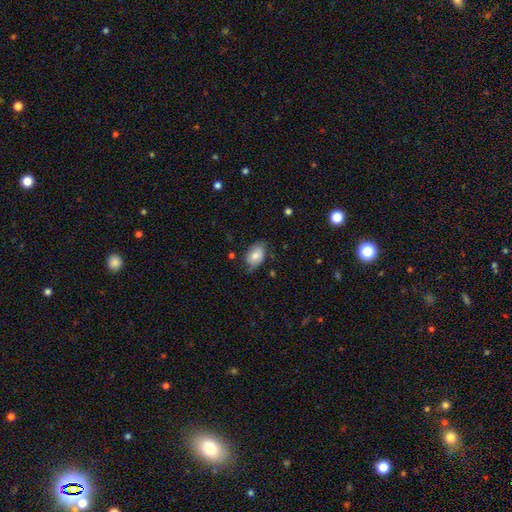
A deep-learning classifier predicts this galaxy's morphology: The model was most divided on "merging": none: 62%, minor disturbance: 28%, major disturbance: 8%, merger: 2%. More confident: how rounded — in between (86%); smooth or featured — smooth (70%).